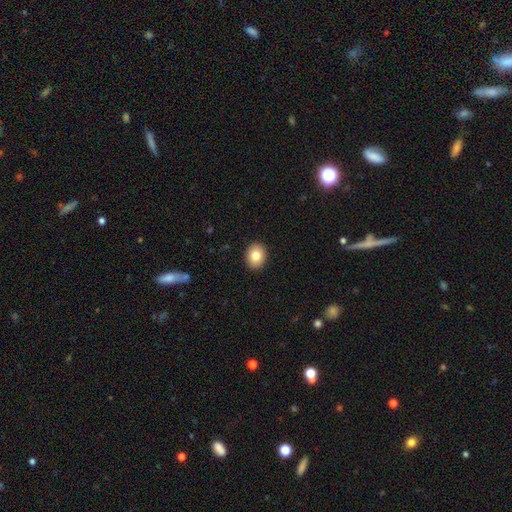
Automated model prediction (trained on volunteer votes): Q: Smooth or featured?
A: smooth (81%); runner-up: featured or disk (10%)
Q: How rounded?
A: round (52%); runner-up: in between (47%)
Q: Merging?
A: none (92%); runner-up: minor disturbance (6%)